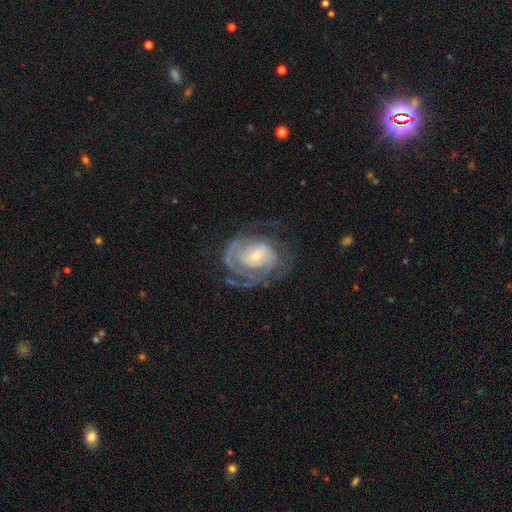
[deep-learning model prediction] Smooth or featured: featured or disk — 81% (smooth — 12%)
Edge-on disk: no — 97% (yes — 3%)
Bar: no — 55% (weak — 35%)
Spiral arms: yes — 88% (no — 12%)
Spiral winding: tight — 58% (medium — 32%)
Spiral arm count: can't tell — 39% (2 — 31%)
Bulge size: small — 70% (moderate — 24%)
Merging: none — 59% (major disturbance — 20%)